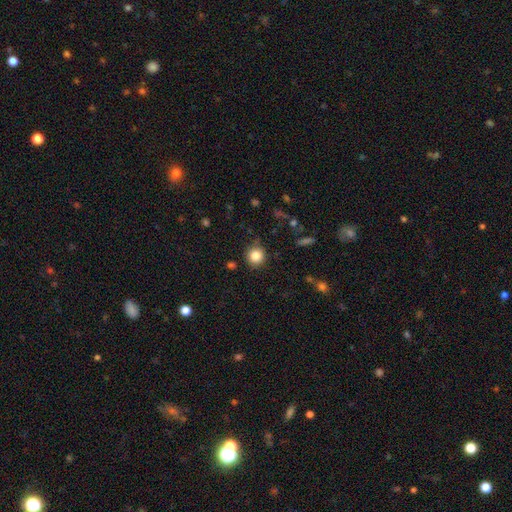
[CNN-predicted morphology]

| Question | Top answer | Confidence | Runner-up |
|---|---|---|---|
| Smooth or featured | smooth | 85% | star or artifact (11%) |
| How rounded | round | 92% | in between (7%) |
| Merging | none | 86% | minor disturbance (9%) |